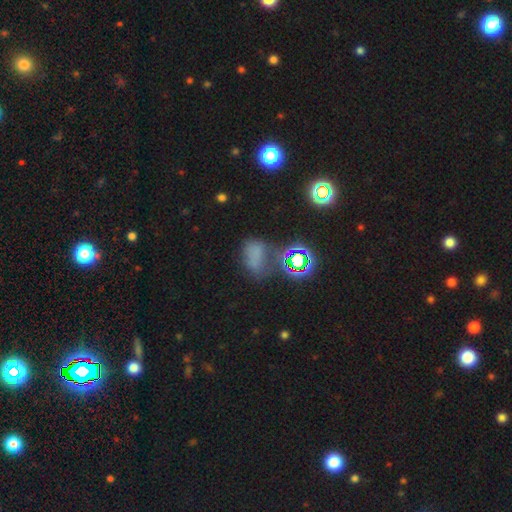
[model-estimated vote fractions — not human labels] Morphology: type=smooth (48%); merging=none (40%).